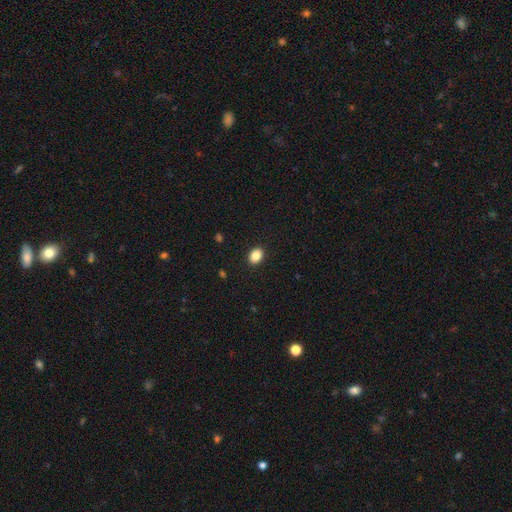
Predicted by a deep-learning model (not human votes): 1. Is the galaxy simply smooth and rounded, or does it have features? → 86% smooth, 9% star or artifact, 5% featured or disk.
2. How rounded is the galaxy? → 64% in between, 35% round, 1% cigar-shaped.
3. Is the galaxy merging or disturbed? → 91% none, 7% minor disturbance, 2% major disturbance, 1% merger.